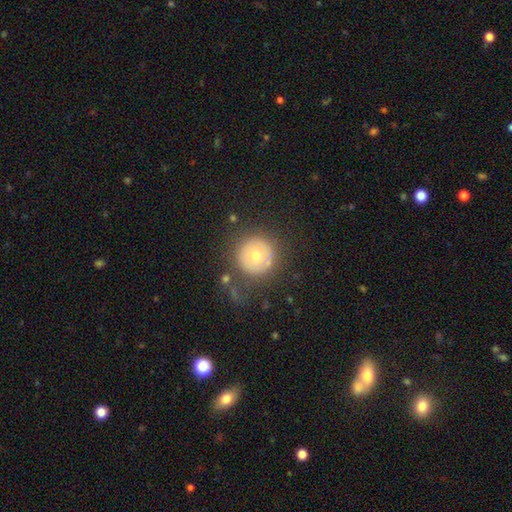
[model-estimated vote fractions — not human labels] This is likely a smooth galaxy (60%). How rounded: clearly round (95%). Merging: likely none (75%).